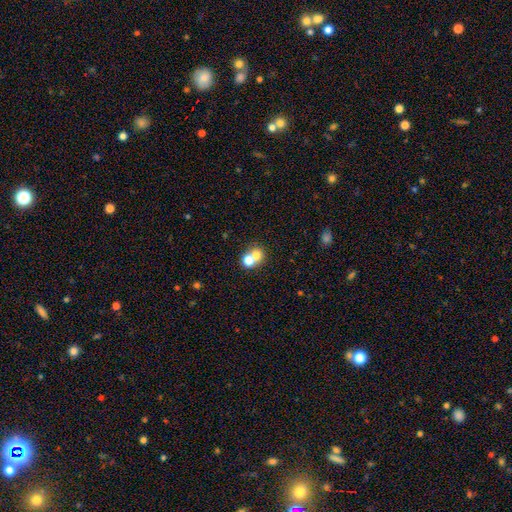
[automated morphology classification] A smooth galaxy with no disk features (70%) that is round (76%).

Vote fractions:
- Smooth or featured? smooth: 70% / featured or disk: 17% / star or artifact: 13%
- How rounded? round: 76% / in between: 23% / cigar-shaped: 1%
- Merging? merger: 59% / none: 34% / minor disturbance: 5% / major disturbance: 3%